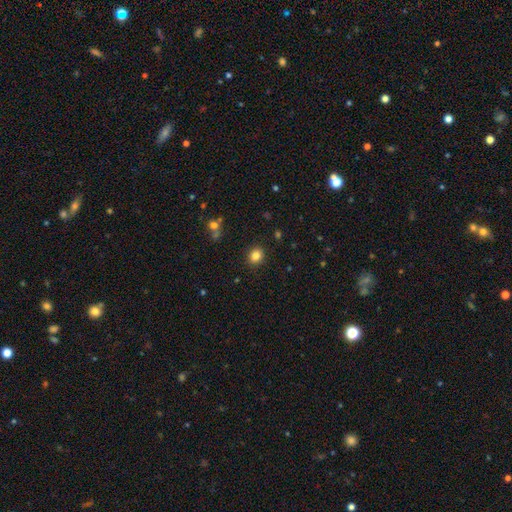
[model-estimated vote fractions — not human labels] This is clearly a smooth galaxy (83%). How rounded: likely round (72%). Merging: clearly none (89%).